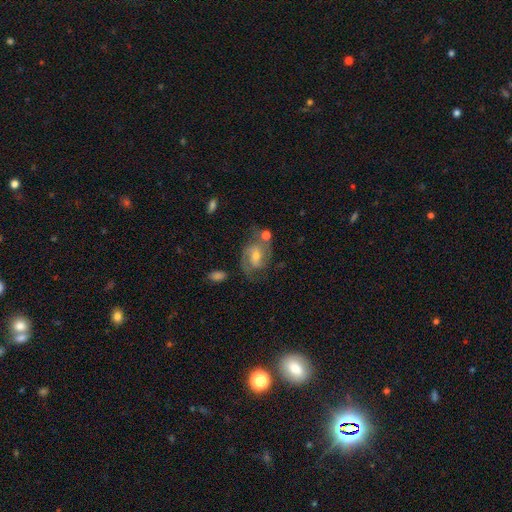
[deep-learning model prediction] smooth_or_featured: featured or disk (p=0.78) [alt: smooth p=0.14]
disk_edge_on: no (p=0.97) [alt: yes p=0.03]
bar: weak (p=0.48) [alt: no p=0.37]
has_spiral_arms: yes (p=0.93) [alt: no p=0.07]
spiral_winding: medium (p=0.50) [alt: tight p=0.34]
spiral_arm_count: 2 (p=0.79) [alt: can't tell p=0.10]
bulge_size: moderate (p=0.53) [alt: small p=0.41]
merging: none (p=0.64) [alt: minor disturbance p=0.18]